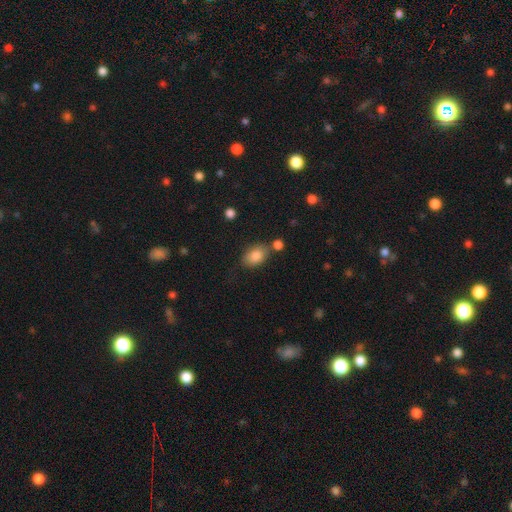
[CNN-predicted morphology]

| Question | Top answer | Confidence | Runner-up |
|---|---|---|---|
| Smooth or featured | smooth | 84% | star or artifact (8%) |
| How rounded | in between | 82% | round (16%) |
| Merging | none | 67% | minor disturbance (15%) |